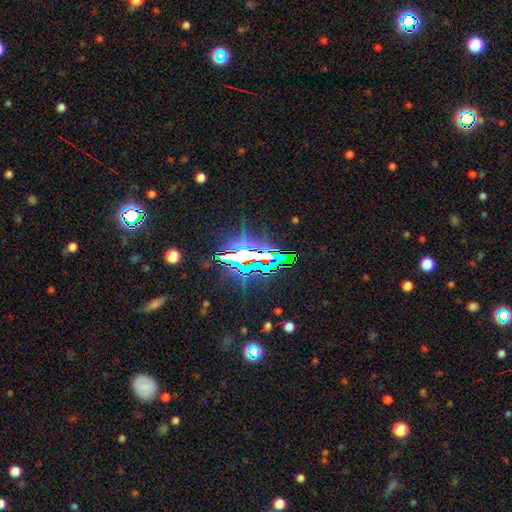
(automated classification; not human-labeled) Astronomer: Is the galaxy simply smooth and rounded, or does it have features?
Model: star or artifact — 78%.